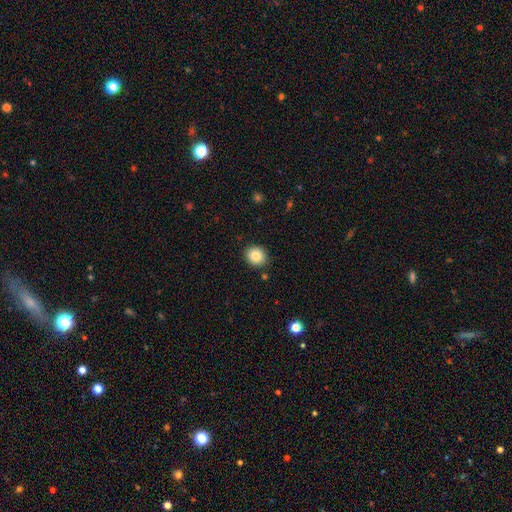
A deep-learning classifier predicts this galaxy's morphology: Smooth or featured? smooth (85%)
How rounded? round (84%)
Merging? none (90%)